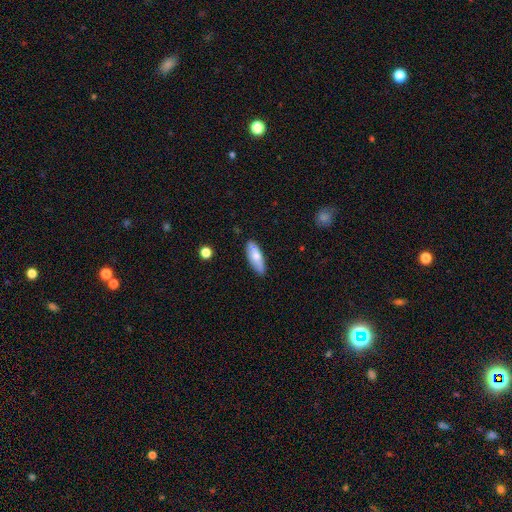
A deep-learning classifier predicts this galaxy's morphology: Overall: smooth (68%). How rounded: in between (62%; cigar-shaped 35%). Merging: none (86%).